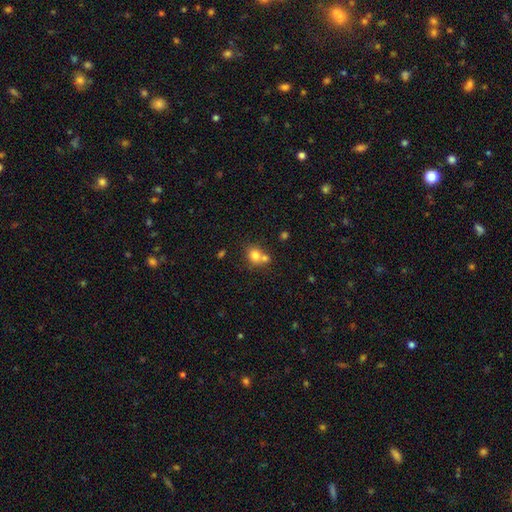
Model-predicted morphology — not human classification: This is likely a smooth galaxy (77%). How rounded: likely round (66%). Merging: possibly merger (46%).